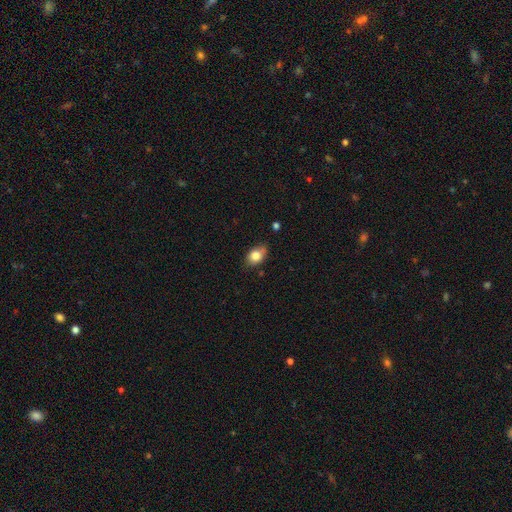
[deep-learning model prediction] The model was most divided on "merging": none: 66%, minor disturbance: 26%, major disturbance: 4%, merger: 3%. More confident: smooth or featured — smooth (80%); how rounded — in between (77%).